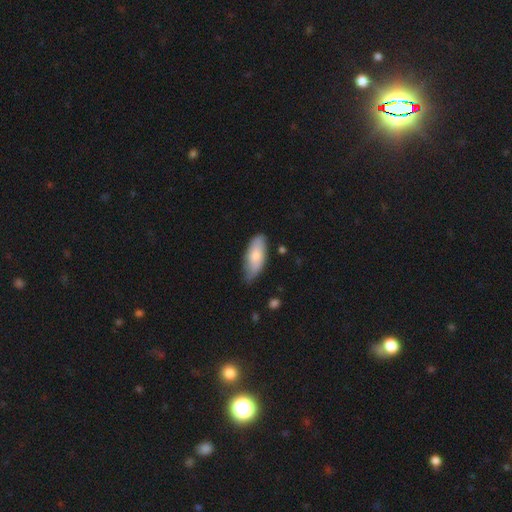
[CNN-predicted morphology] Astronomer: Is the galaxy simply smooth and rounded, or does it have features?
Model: smooth — 76%.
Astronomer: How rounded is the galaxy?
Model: in between — 77%.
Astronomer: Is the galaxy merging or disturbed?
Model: none — 63%.